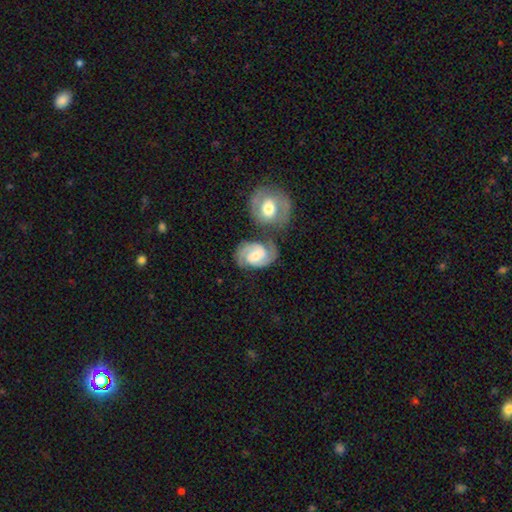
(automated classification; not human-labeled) featured or disk 82%, smooth 13%, star or artifact 5%. Down the decision tree: edge-on disk — no (97%); bar — weak (48%); spiral arms — yes (97%); spiral arm count — 2 (87%); spiral winding — medium (46%, tied with tight); bulge size — moderate (62%); merging — none (54%).